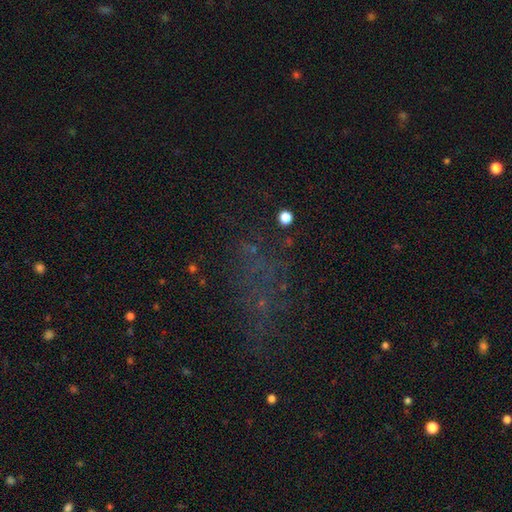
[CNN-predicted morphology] Overall: star or artifact (53%; smooth 27%).